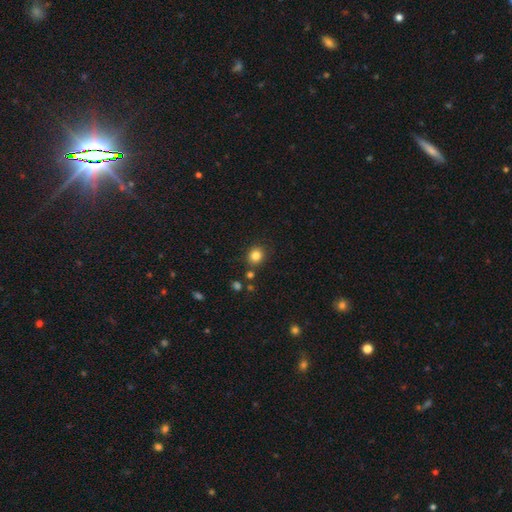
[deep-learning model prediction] Overall: smooth (83%). How rounded: round (78%). Merging: none (85%).